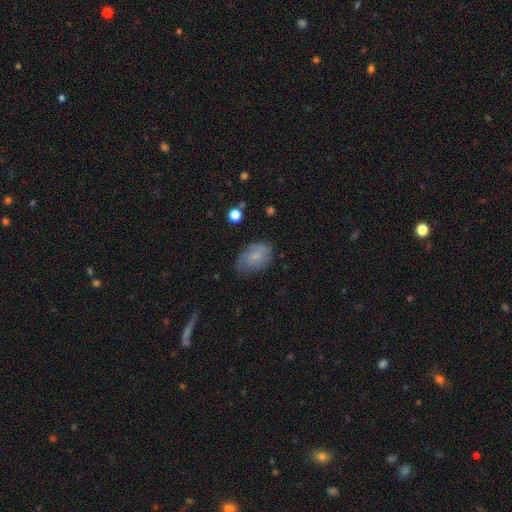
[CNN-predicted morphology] Smooth or featured: smooth — 57% (featured or disk — 35%)
How rounded: in between — 85% (round — 13%)
Merging: none — 63% (minor disturbance — 28%)